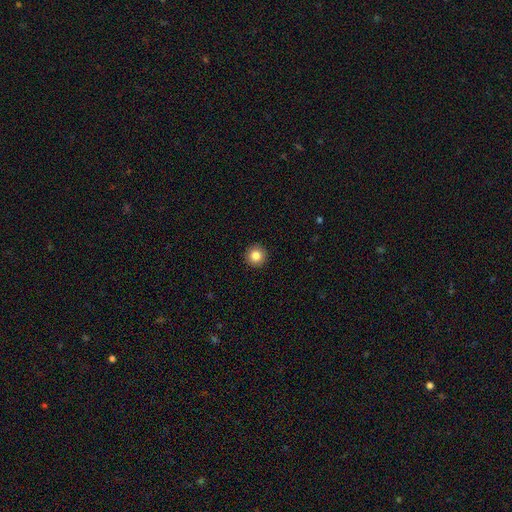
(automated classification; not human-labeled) A smooth galaxy with no disk features (84%) that is round (96%).

Vote fractions:
- Smooth or featured? smooth: 84% / star or artifact: 10% / featured or disk: 5%
- How rounded? round: 96% / in between: 3% / cigar-shaped: 1%
- Merging? none: 93% / minor disturbance: 4% / major disturbance: 1% / merger: 1%